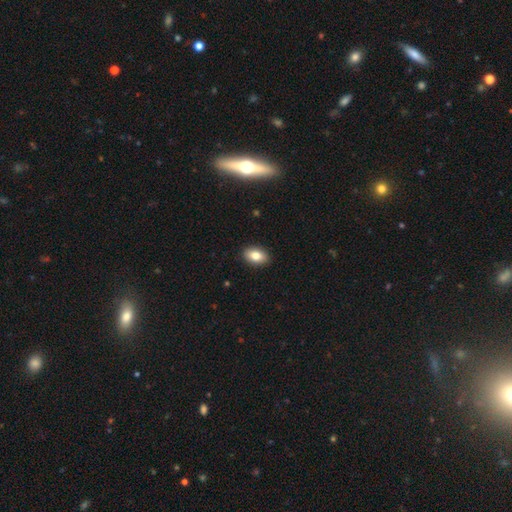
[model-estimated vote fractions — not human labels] Smooth or featured?
  - smooth: 81% *
  - featured or disk: 10%
  - star or artifact: 8%
How rounded?
  - in between: 88% *
  - round: 10%
  - cigar-shaped: 2%
Merging?
  - none: 90% *
  - minor disturbance: 7%
  - major disturbance: 2%
  - merger: 1%